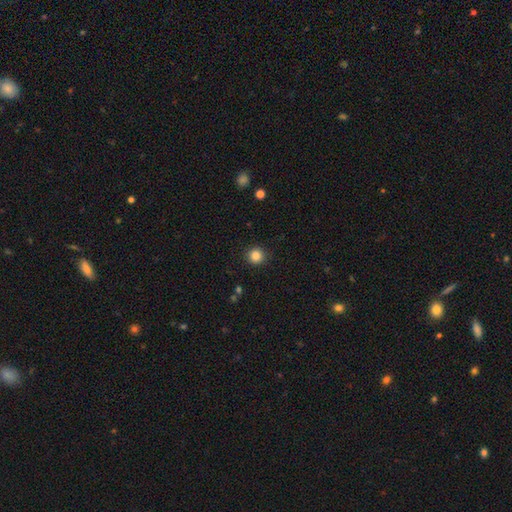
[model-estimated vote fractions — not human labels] Smooth or featured: smooth — 85% (star or artifact — 11%)
How rounded: round — 94% (in between — 5%)
Merging: none — 91% (minor disturbance — 6%)